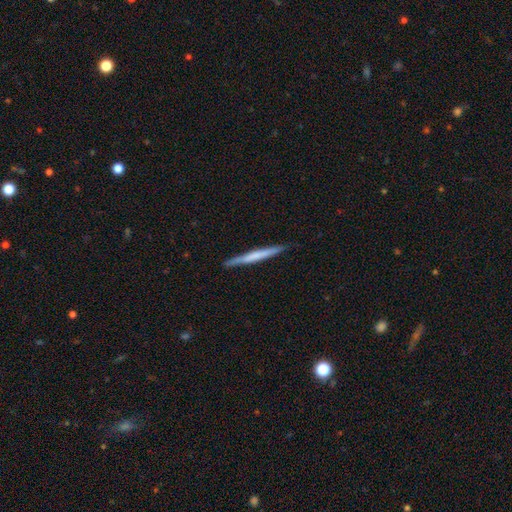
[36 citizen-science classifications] Smooth or featured: smooth — 50% (featured or disk — 44%)
How rounded: cigar-shaped — 94% (in between — 6%)
Merging: none — 94% (minor disturbance — 6%)